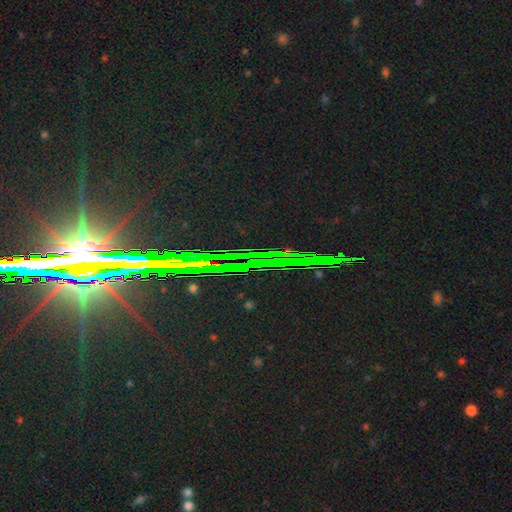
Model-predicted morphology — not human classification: A star or artifact, not a galaxy (86%).

Vote fractions:
- Smooth or featured? star or artifact: 86% / featured or disk: 8% / smooth: 6%